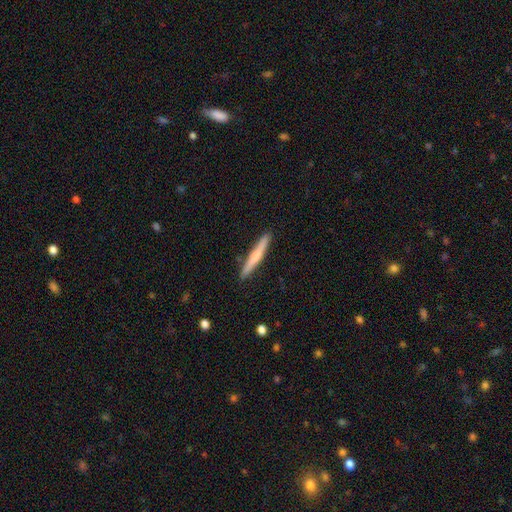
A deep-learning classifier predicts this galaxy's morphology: This is possibly a smooth galaxy (51%). How rounded: clearly cigar-shaped (95%). Merging: clearly none (90%).